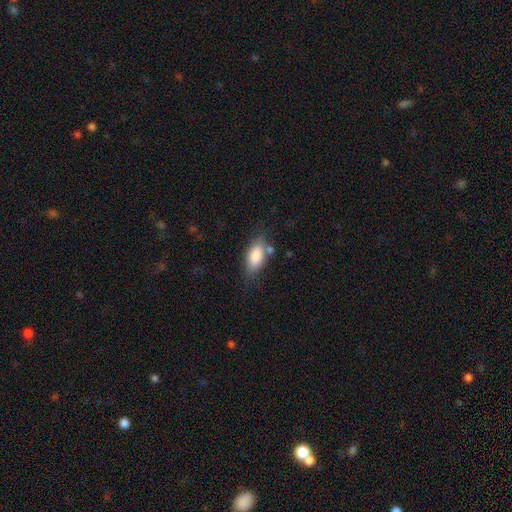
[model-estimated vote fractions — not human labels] Q: Smooth or featured?
A: smooth (84%); runner-up: featured or disk (9%)
Q: How rounded?
A: in between (88%); runner-up: cigar-shaped (8%)
Q: Merging?
A: none (65%); runner-up: minor disturbance (20%)